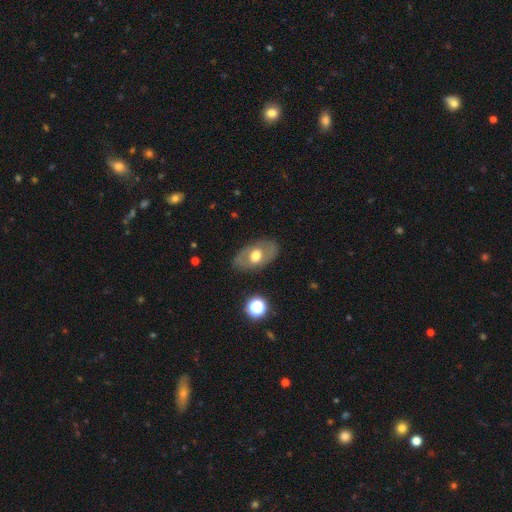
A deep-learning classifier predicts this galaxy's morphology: The model was most divided on "smooth or featured": featured or disk: 49%, smooth: 44%, star or artifact: 7%. More confident: merging — none (80%).